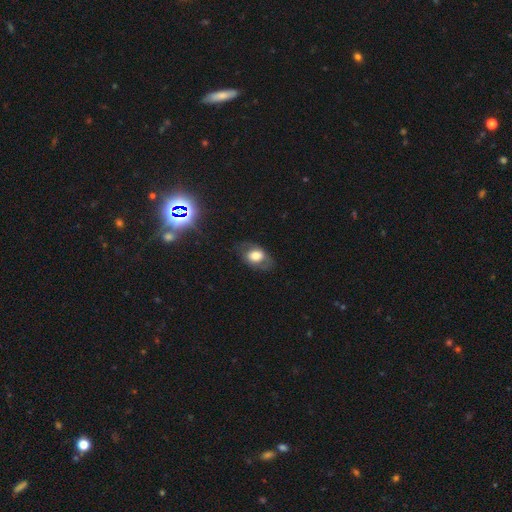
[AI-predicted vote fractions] This appears to be a smooth galaxy with no disk features (64%) that is in between round and cigar-shaped (80%). Merging: none (72%).